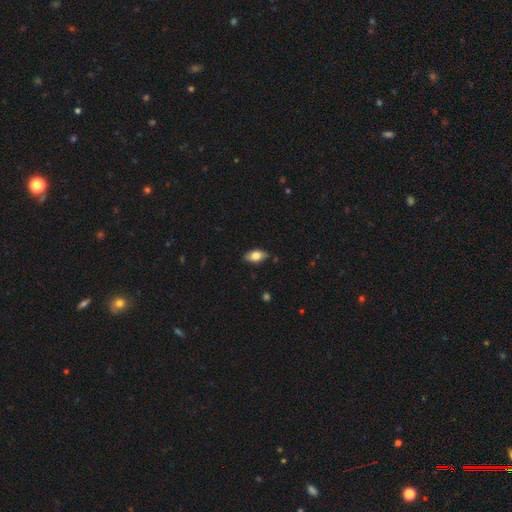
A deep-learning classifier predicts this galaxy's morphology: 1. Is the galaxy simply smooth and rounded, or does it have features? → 79% smooth, 15% featured or disk, 7% star or artifact.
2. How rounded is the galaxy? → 91% in between, 5% cigar-shaped, 4% round.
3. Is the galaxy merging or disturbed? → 84% none, 12% minor disturbance, 2% major disturbance, 1% merger.